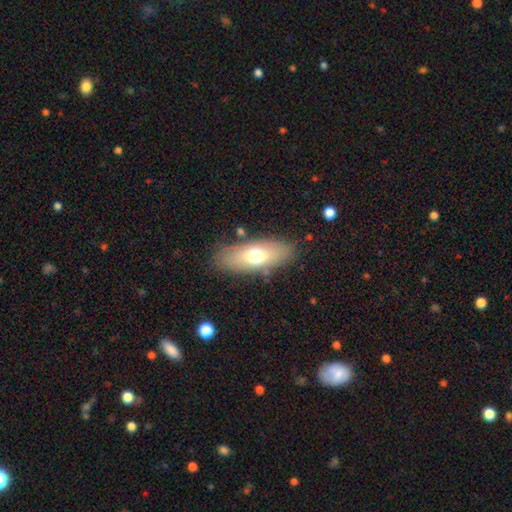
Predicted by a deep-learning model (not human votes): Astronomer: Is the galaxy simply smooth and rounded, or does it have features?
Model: smooth — 63%.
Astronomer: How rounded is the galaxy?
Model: in between — 79%.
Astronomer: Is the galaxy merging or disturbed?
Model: none — 81%.